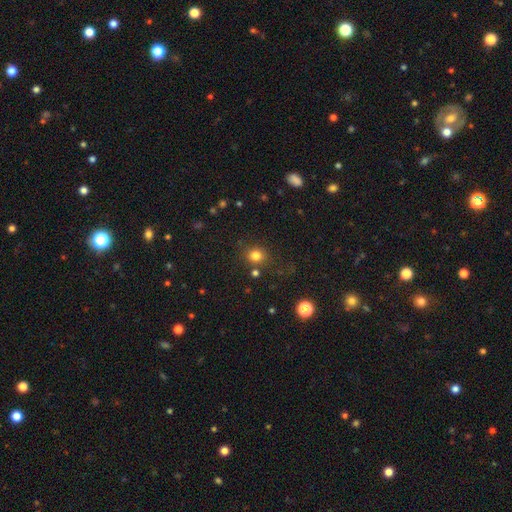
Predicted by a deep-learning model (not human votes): Q: Smooth or featured?
A: smooth (80%); runner-up: star or artifact (14%)
Q: How rounded?
A: round (82%); runner-up: in between (17%)
Q: Merging?
A: none (79%); runner-up: minor disturbance (11%)